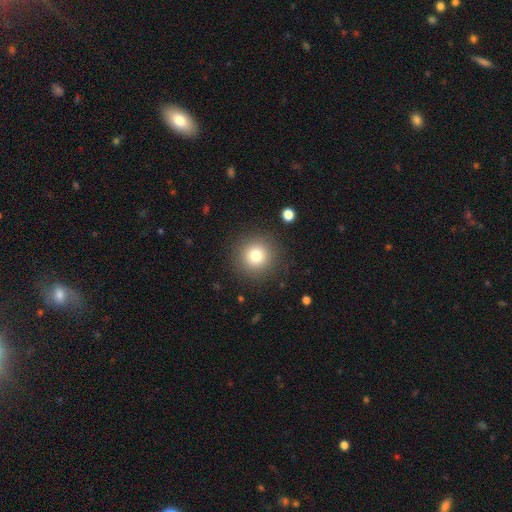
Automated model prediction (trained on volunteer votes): Smooth or featured?
  - smooth: 78% *
  - star or artifact: 13%
  - featured or disk: 9%
How rounded?
  - round: 95% *
  - in between: 4%
  - cigar-shaped: 1%
Merging?
  - none: 88% *
  - minor disturbance: 7%
  - major disturbance: 3%
  - merger: 2%